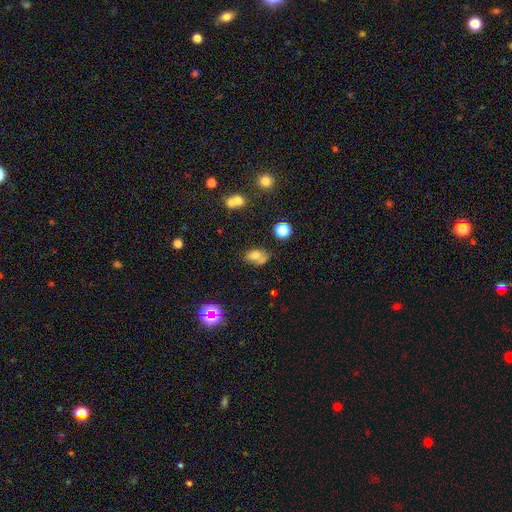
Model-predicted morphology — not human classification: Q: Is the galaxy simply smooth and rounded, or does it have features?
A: smooth — 68%.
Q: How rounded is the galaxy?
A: in between — 77%.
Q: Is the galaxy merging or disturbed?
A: none — 43%.